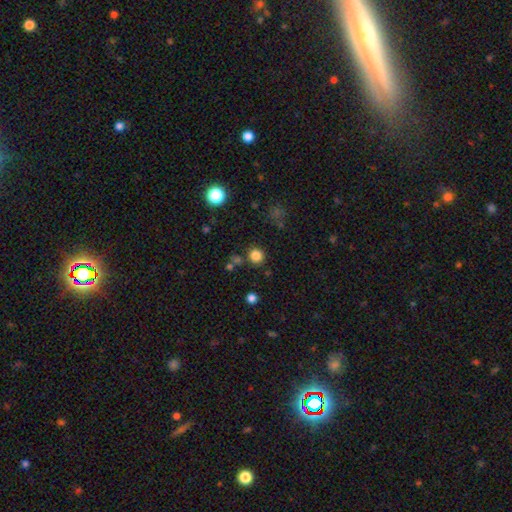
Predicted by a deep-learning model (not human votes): The model was most divided on "smooth or featured": smooth: 82%, star or artifact: 14%, featured or disk: 4%. More confident: how rounded — round (92%); merging — none (84%).